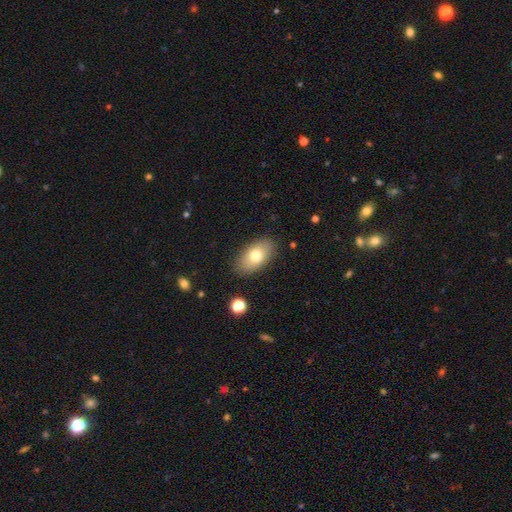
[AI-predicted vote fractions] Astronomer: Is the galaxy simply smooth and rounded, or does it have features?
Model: smooth — 74%.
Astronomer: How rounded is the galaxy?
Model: in between — 92%.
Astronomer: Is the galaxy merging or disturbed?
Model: none — 86%.